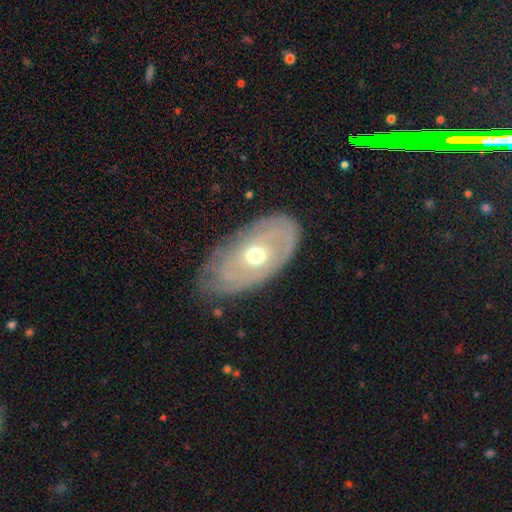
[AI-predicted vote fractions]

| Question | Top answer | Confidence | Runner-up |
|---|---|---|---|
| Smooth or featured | featured or disk | 72% | smooth (23%) |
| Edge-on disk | no | 90% | yes (10%) |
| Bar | no | 69% | weak (25%) |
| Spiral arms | yes | 65% | no (35%) |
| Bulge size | moderate | 71% | small (20%) |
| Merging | none | 72% | minor disturbance (19%) |